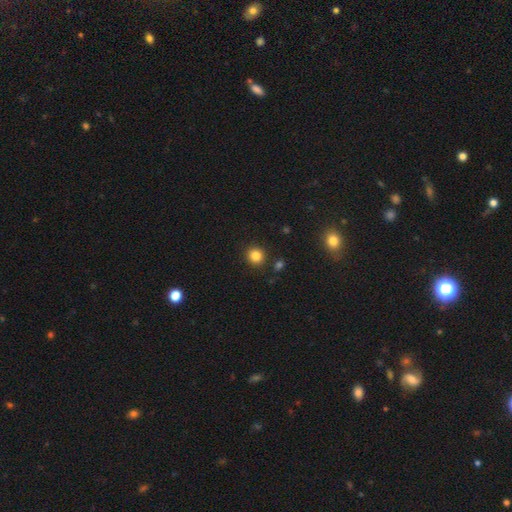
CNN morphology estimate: smooth_or_featured: smooth (p=0.83) [alt: star or artifact p=0.12]
how_rounded: round (p=0.90) [alt: in between p=0.10]
merging: none (p=0.89) [alt: minor disturbance p=0.06]